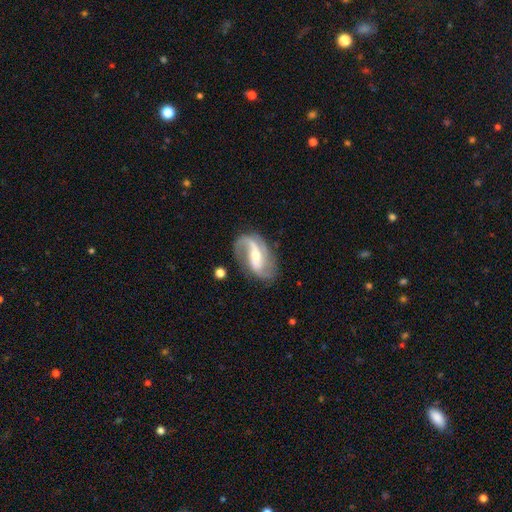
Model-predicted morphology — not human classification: A featured or disk galaxy (87%) with a weak bar (40%), 2 (78%) loose (47%) spiral arms (96%) and a small central bulge (47%). Merging: none (66%).